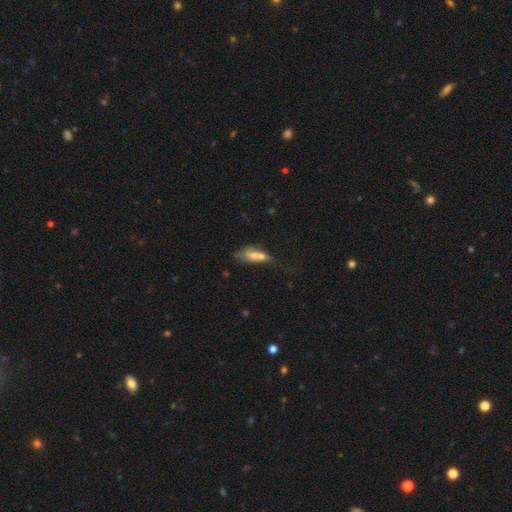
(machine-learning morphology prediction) Overall: smooth (56%; featured or disk 33%). How rounded: in between (70%). Merging: merger (51%; none 21%).